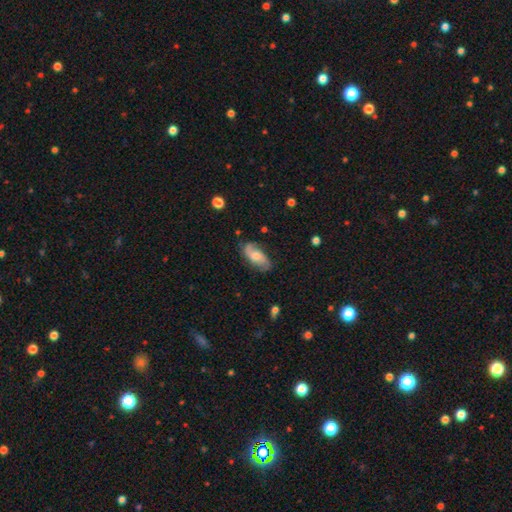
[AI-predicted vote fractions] featured or disk 60%, smooth 34%, star or artifact 7%. Down the decision tree: edge-on disk — no (92%); bar — no (60%); spiral arms — yes (90%); bulge size — moderate (57%); merging — none (73%).